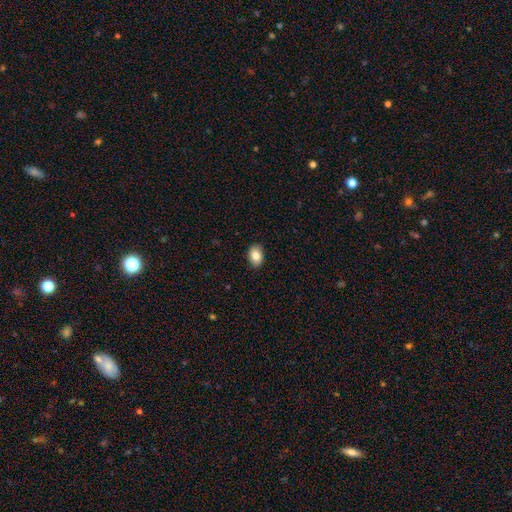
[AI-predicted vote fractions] Q: Smooth or featured?
A: smooth (84%); runner-up: featured or disk (8%)
Q: How rounded?
A: in between (78%); runner-up: round (21%)
Q: Merging?
A: none (88%); runner-up: minor disturbance (9%)